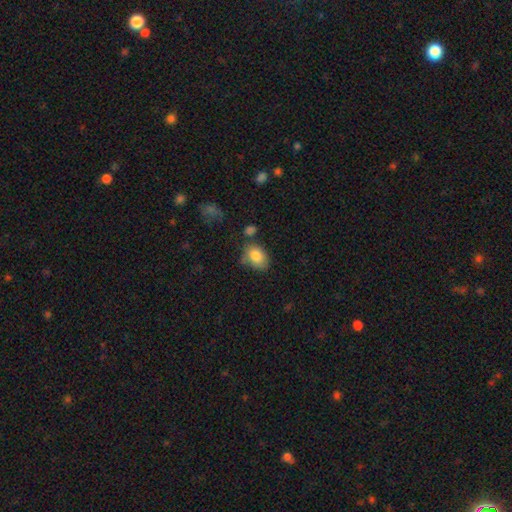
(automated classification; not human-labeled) This appears to be a smooth galaxy with no disk features (83%) that is in between round and cigar-shaped (75%). Merging: none (58%).